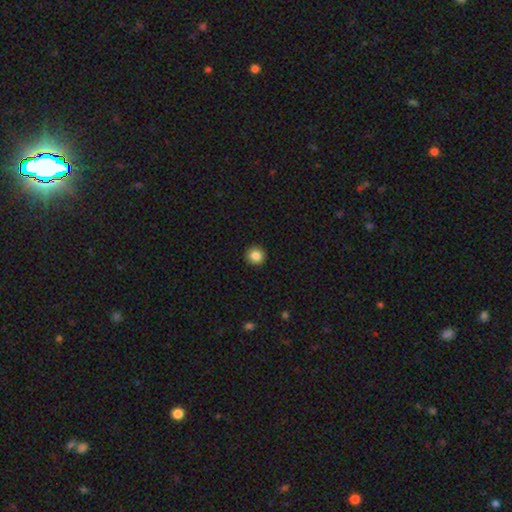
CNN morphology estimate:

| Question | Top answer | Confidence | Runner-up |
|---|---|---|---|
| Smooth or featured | smooth | 85% | star or artifact (10%) |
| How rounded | round | 94% | in between (5%) |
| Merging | none | 93% | minor disturbance (5%) |